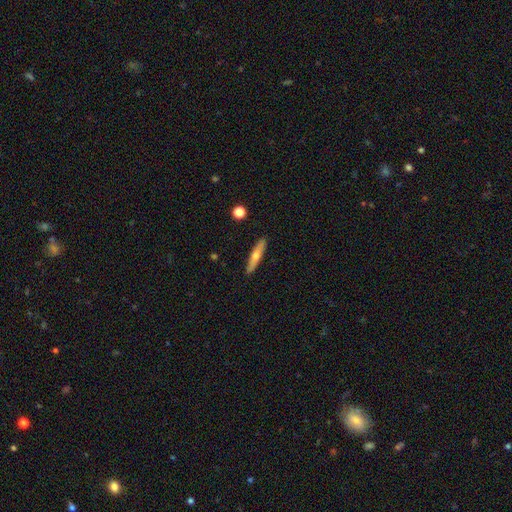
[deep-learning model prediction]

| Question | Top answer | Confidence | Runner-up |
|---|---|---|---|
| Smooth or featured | featured or disk | 49% | smooth (44%) |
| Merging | none | 90% | minor disturbance (7%) |